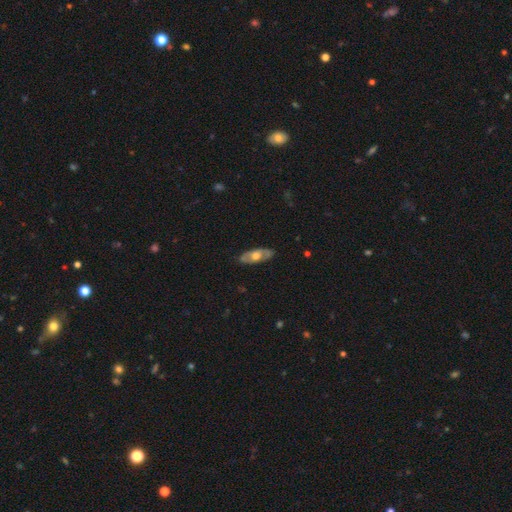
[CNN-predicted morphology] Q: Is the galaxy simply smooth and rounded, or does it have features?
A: featured or disk — 54%.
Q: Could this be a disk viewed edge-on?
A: no — 71%.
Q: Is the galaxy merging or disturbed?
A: none — 84%.